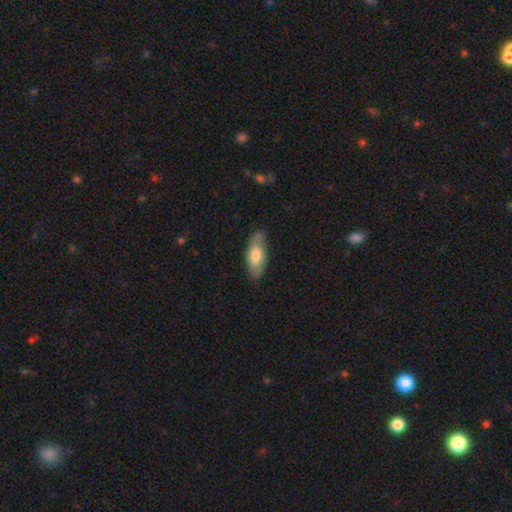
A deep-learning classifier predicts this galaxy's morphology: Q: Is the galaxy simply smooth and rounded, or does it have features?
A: smooth — 66%.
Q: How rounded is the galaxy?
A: in between — 80%.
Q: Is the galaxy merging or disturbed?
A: none — 76%.